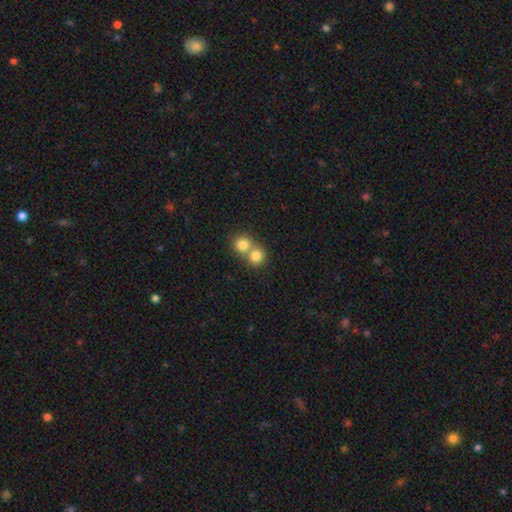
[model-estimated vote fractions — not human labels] Smooth or featured? smooth (81%)
How rounded? round (87%)
Merging? merger (55%)